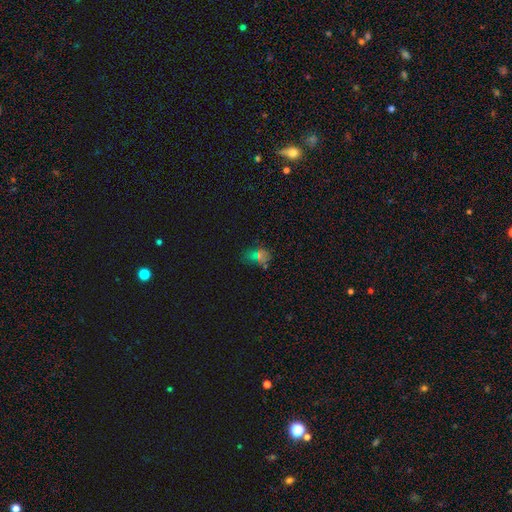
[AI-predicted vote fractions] Smooth or featured?
  - smooth: 48% *
  - star or artifact: 39%
  - featured or disk: 13%
Merging?
  - none: 61% *
  - minor disturbance: 22%
  - major disturbance: 11%
  - merger: 5%